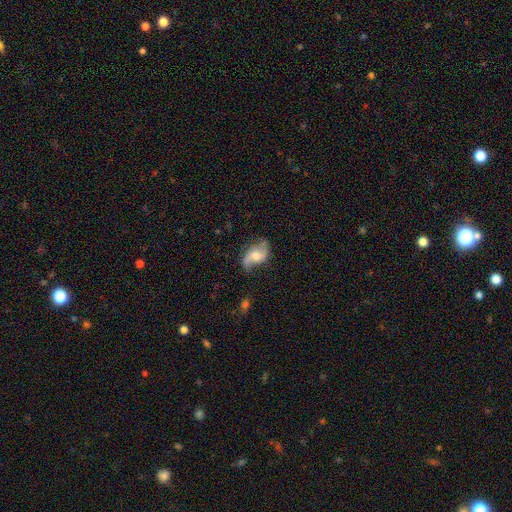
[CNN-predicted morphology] Smooth or featured?
  - featured or disk: 75% *
  - smooth: 19%
  - star or artifact: 6%
Edge-on disk?
  - no: 96% *
  - yes: 4%
Bar?
  - no: 55% *
  - weak: 36%
  - strong: 9%
Spiral arms?
  - yes: 93% *
  - no: 7%
Spiral winding?
  - loose: 69% *
  - medium: 25%
  - tight: 6%
Spiral arm count?
  - 2: 91% *
  - can't tell: 3%
  - 1: 3%
  - 3: 1%
  - 4: 1%
  - more than 4: 1%
Bulge size?
  - moderate: 62% *
  - small: 23%
  - large: 10%
  - none: 4%
  - dominant: 1%
Merging?
  - none: 70% *
  - minor disturbance: 20%
  - major disturbance: 8%
  - merger: 2%